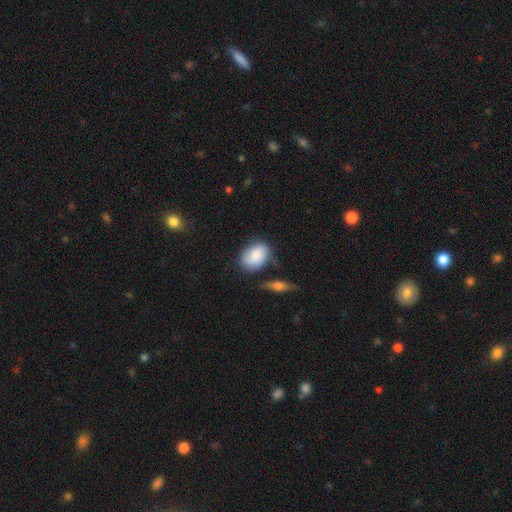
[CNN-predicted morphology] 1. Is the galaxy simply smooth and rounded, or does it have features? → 83% smooth, 11% featured or disk, 6% star or artifact.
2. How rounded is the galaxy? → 78% in between, 20% round, 2% cigar-shaped.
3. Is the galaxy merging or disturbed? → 60% none, 24% minor disturbance, 9% merger, 7% major disturbance.